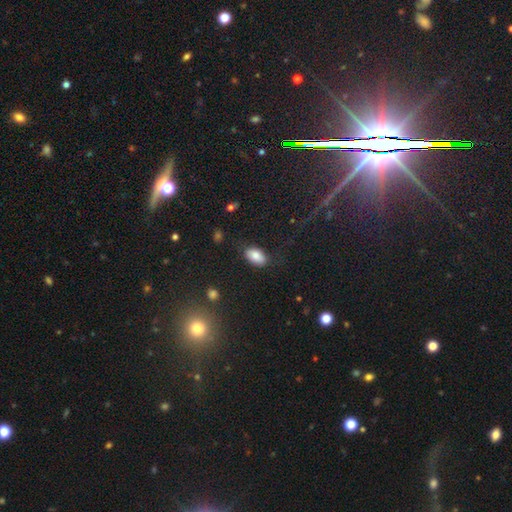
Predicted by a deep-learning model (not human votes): Smooth or featured? Predicted: smooth (p=0.84). How rounded? Predicted: in between (p=0.93). Merging? Predicted: none (p=0.77).